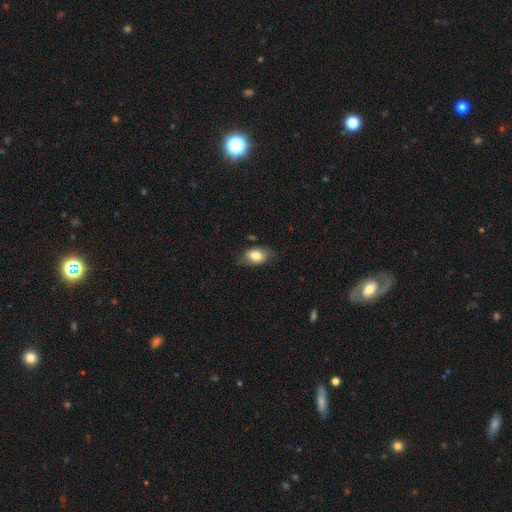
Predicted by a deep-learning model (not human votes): Smooth or featured?
  - smooth: 78% *
  - featured or disk: 15%
  - star or artifact: 7%
How rounded?
  - in between: 85% *
  - round: 13%
  - cigar-shaped: 2%
Merging?
  - none: 70% *
  - minor disturbance: 23%
  - major disturbance: 5%
  - merger: 2%